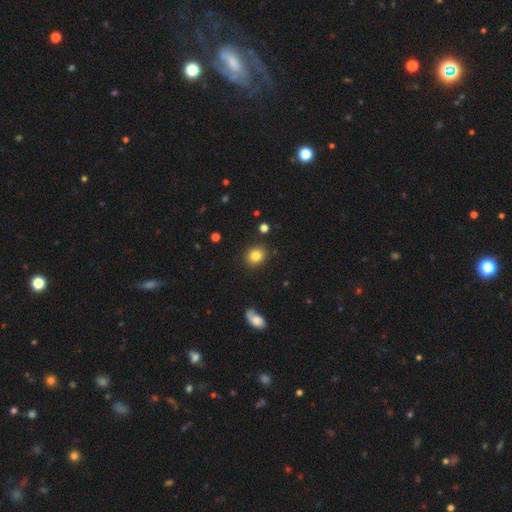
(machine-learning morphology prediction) smooth_or_featured: smooth (p=0.83) [alt: star or artifact p=0.10]
how_rounded: round (p=0.68) [alt: in between p=0.31]
merging: none (p=0.88) [alt: minor disturbance p=0.08]